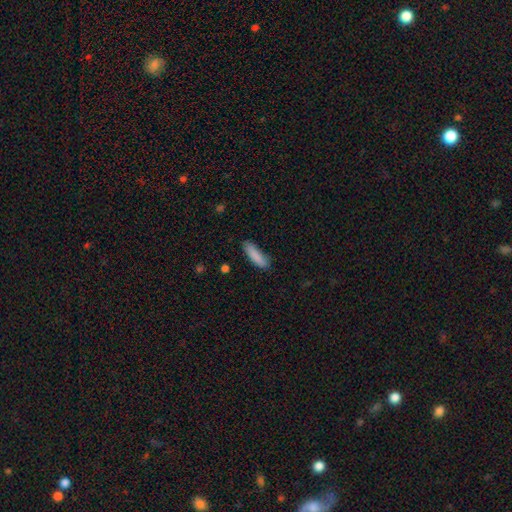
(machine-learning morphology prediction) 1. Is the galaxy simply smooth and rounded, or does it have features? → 87% smooth, 7% star or artifact, 6% featured or disk.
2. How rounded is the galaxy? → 66% cigar-shaped, 33% in between, 1% round.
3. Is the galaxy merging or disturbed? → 81% none, 15% minor disturbance, 3% major disturbance, 1% merger.